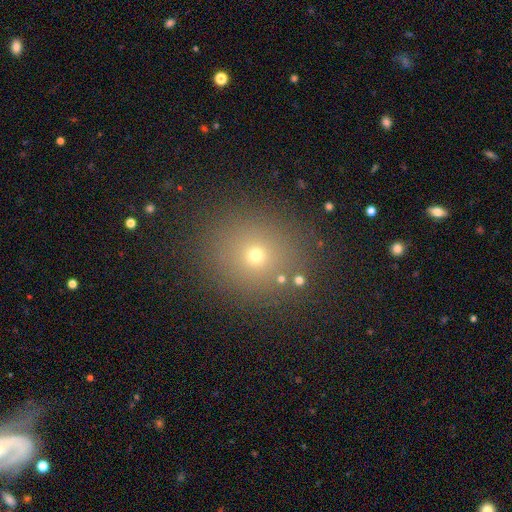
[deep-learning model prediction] A smooth galaxy with no disk features (63%) that is round (84%). Merging: none (86%).